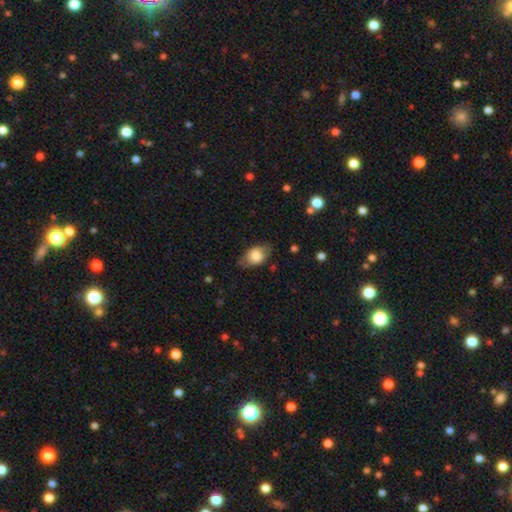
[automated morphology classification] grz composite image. It shows a smooth galaxy with no disk features (77%) that is in between round and cigar-shaped (81%). Merging: none (70%).